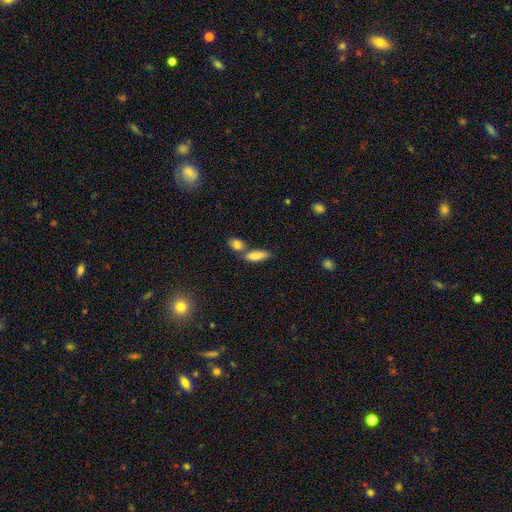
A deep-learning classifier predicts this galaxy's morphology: smooth 85%, featured or disk 8%, star or artifact 7%. Down the decision tree: how rounded — in between (63%); merging — none (52%).